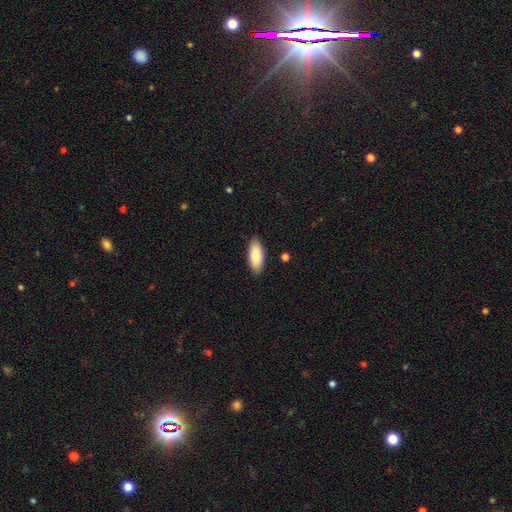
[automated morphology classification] smooth_or_featured: smooth (p=0.85) [alt: featured or disk p=0.09]
how_rounded: in between (p=0.81) [alt: cigar-shaped p=0.17]
merging: none (p=0.88) [alt: minor disturbance p=0.09]